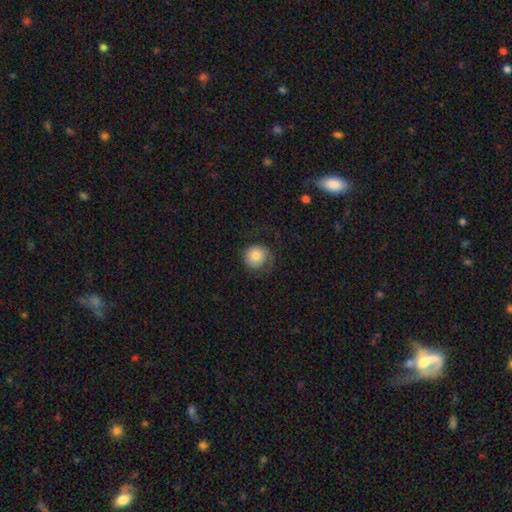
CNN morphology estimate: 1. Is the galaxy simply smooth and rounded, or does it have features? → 77% smooth, 16% featured or disk, 7% star or artifact.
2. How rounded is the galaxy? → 90% round, 9% in between, 1% cigar-shaped.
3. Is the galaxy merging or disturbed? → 65% none, 18% minor disturbance, 16% major disturbance, 1% merger.